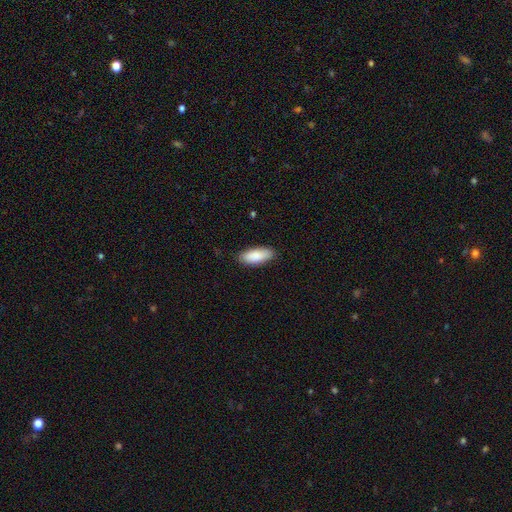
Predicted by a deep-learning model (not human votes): This appears to be a smooth galaxy with no disk features (88%) that is in between round and cigar-shaped (80%). Merging: none (86%).